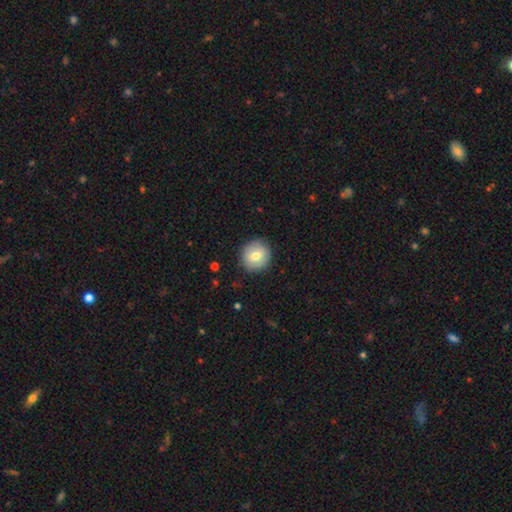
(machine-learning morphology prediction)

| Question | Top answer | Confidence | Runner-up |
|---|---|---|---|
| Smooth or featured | smooth | 73% | featured or disk (19%) |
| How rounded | round | 91% | in between (8%) |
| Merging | none | 88% | minor disturbance (9%) |